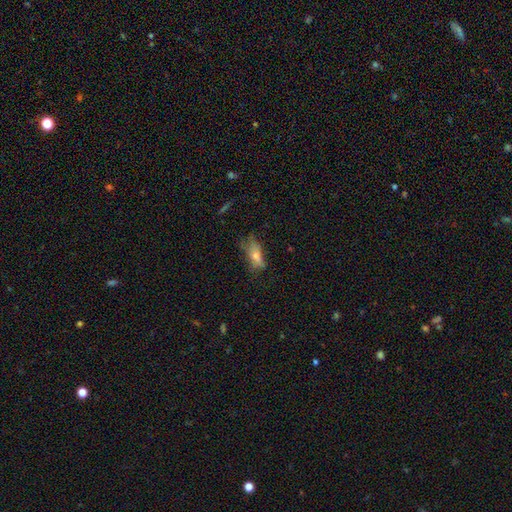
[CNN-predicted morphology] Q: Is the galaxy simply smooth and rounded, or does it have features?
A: smooth — 53%.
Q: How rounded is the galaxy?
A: in between — 69%.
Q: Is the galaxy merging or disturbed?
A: none — 45%.